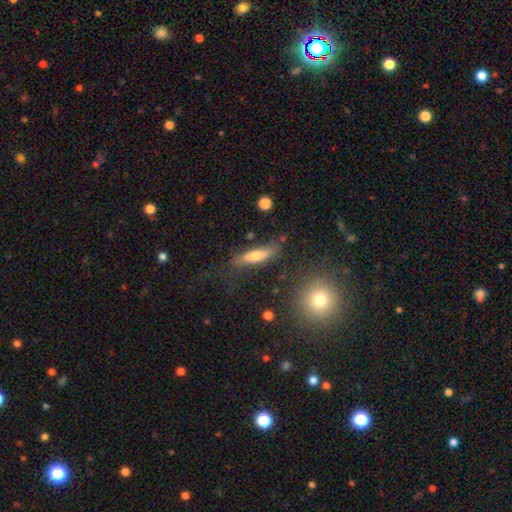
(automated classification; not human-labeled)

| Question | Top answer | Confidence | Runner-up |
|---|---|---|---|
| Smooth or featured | smooth | 57% | featured or disk (34%) |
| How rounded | cigar-shaped | 68% | in between (28%) |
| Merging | none | 65% | minor disturbance (21%) |